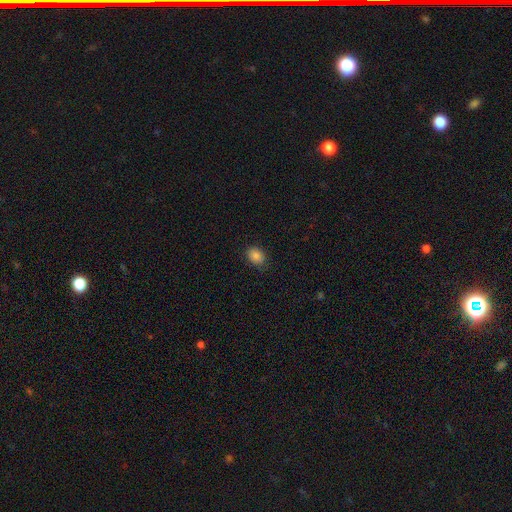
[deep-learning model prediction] Smooth or featured: smooth — 84% (star or artifact — 10%)
How rounded: in between — 60% (round — 39%)
Merging: none — 85% (minor disturbance — 12%)